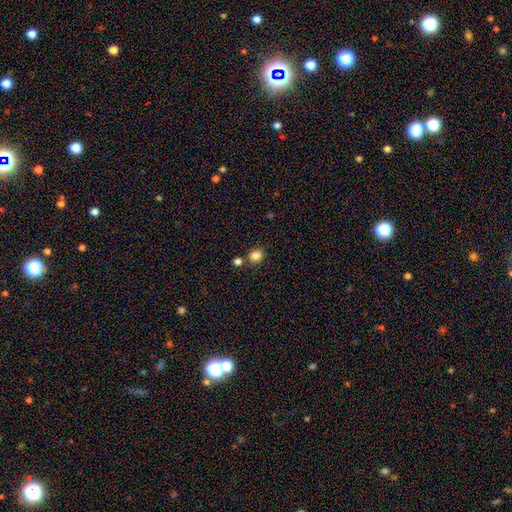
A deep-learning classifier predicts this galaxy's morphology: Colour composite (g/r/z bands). It shows a smooth galaxy with no disk features (84%) that is round (68%). Merging: none (76%).